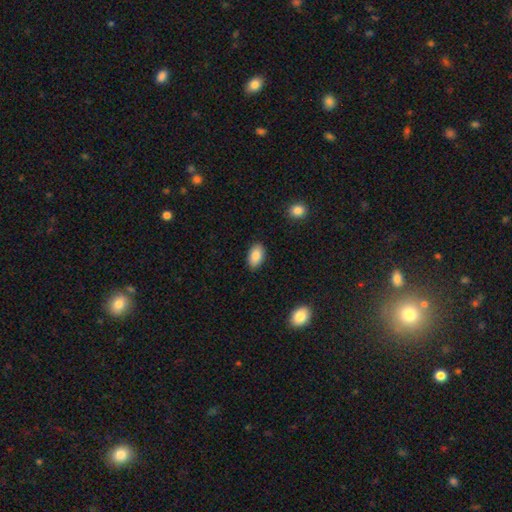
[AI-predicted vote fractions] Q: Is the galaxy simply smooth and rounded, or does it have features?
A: smooth — 88%.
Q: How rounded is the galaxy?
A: in between — 93%.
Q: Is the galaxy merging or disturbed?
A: none — 86%.